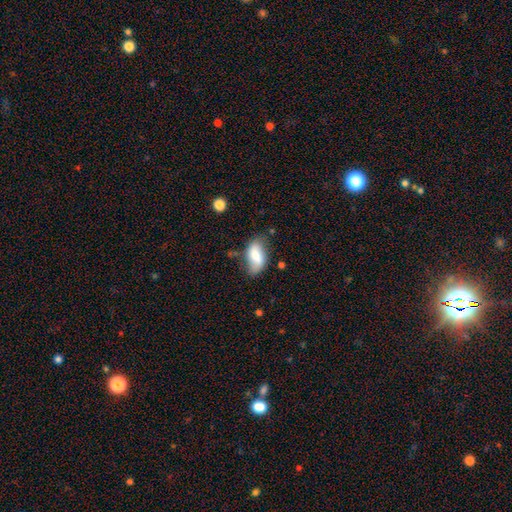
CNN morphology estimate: Smooth or featured? Predicted: smooth (p=0.62). How rounded? Predicted: in between (p=0.92). Merging? Predicted: none (p=0.61).